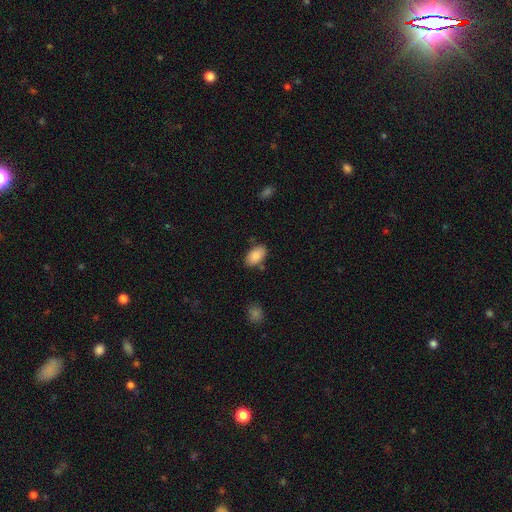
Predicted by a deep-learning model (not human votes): smooth 88%, star or artifact 7%, featured or disk 5%. Down the decision tree: how rounded — in between (94%); merging — none (79%).